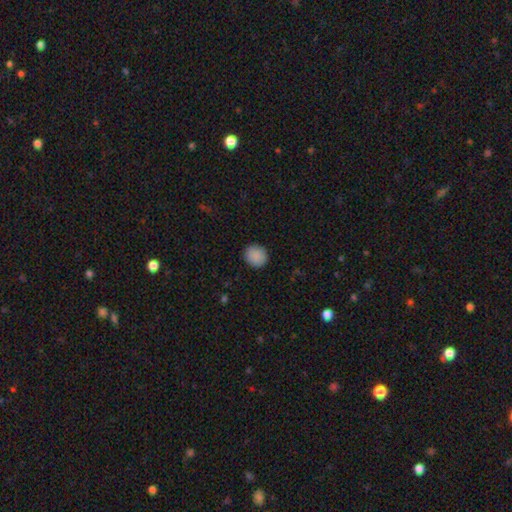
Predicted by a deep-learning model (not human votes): Smooth or featured: smooth — 89% (star or artifact — 8%)
How rounded: round — 86% (in between — 13%)
Merging: none — 91% (minor disturbance — 6%)